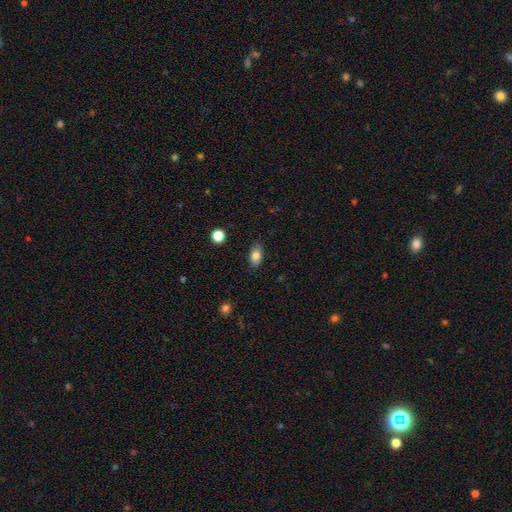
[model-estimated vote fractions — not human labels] The model was most divided on "smooth or featured": smooth: 81%, featured or disk: 10%, star or artifact: 9%. More confident: how rounded — in between (87%); merging — none (85%).